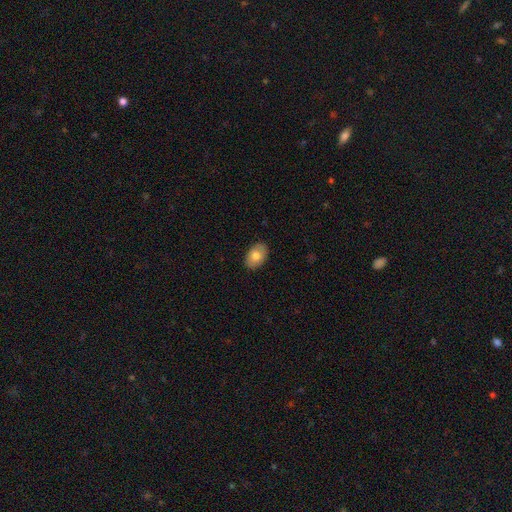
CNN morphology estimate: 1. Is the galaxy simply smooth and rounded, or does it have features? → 78% smooth, 15% featured or disk, 7% star or artifact.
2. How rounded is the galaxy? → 88% in between, 11% round, 1% cigar-shaped.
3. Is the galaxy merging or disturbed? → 88% none, 9% minor disturbance, 2% major disturbance, 1% merger.